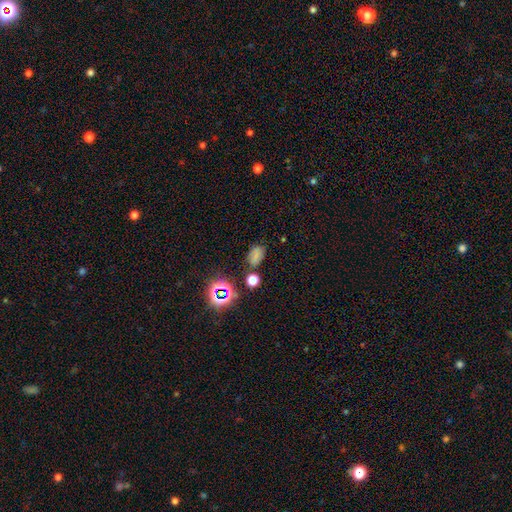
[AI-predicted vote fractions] Q: Smooth or featured?
A: smooth (64%); runner-up: star or artifact (27%)
Q: How rounded?
A: in between (82%); runner-up: round (16%)
Q: Merging?
A: none (68%); runner-up: minor disturbance (18%)